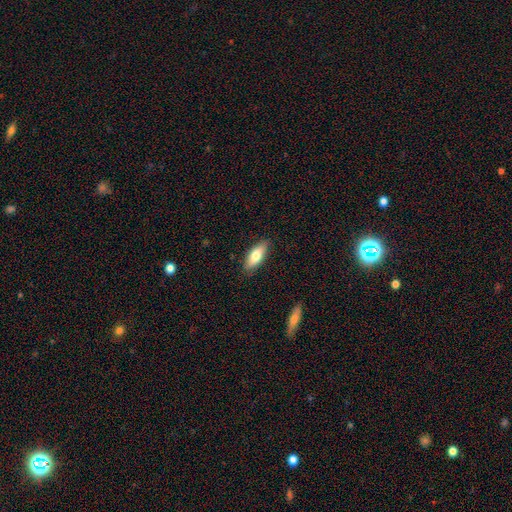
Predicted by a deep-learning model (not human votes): smooth_or_featured: smooth (p=0.74) [alt: featured or disk p=0.20]
how_rounded: in between (p=0.71) [alt: cigar-shaped p=0.27]
merging: none (p=0.86) [alt: minor disturbance p=0.11]